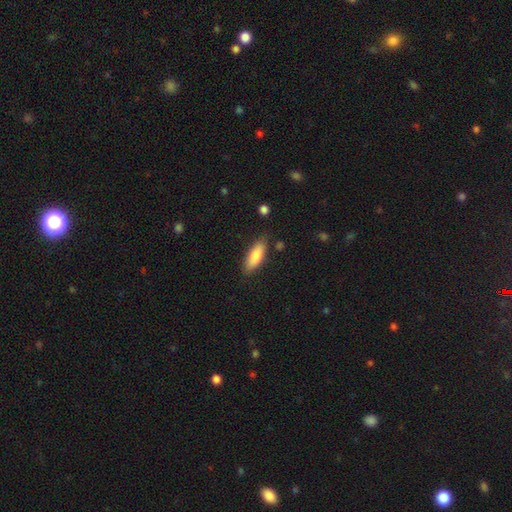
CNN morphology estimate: Q: Smooth or featured?
A: smooth (80%); runner-up: featured or disk (14%)
Q: How rounded?
A: in between (64%); runner-up: cigar-shaped (34%)
Q: Merging?
A: none (80%); runner-up: minor disturbance (15%)